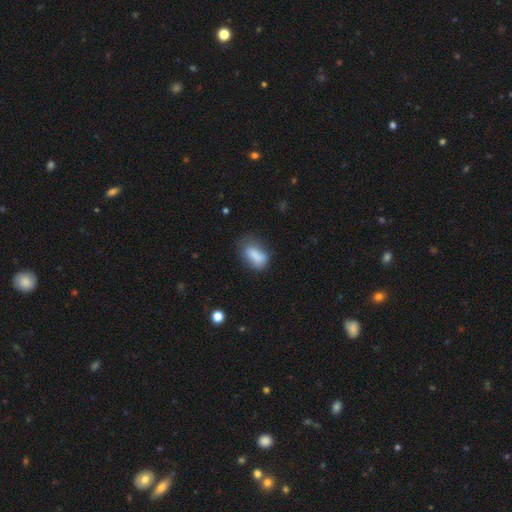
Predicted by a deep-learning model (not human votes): This is clearly a smooth galaxy (80%). How rounded: clearly in between (86%). Merging: possibly none (53%).